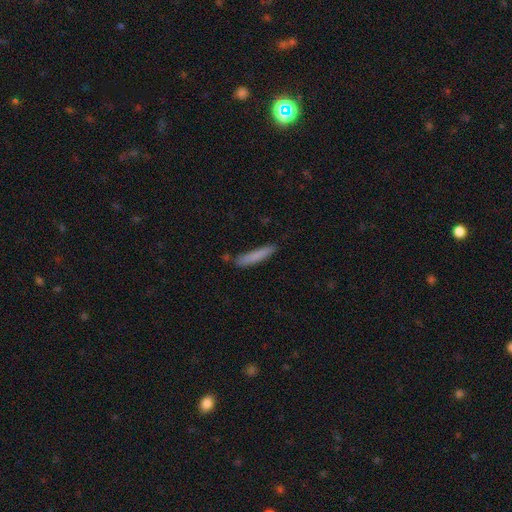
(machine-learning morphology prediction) Smooth or featured? Predicted: smooth (p=0.80). How rounded? Predicted: cigar-shaped (p=0.91). Merging? Predicted: none (p=0.80).